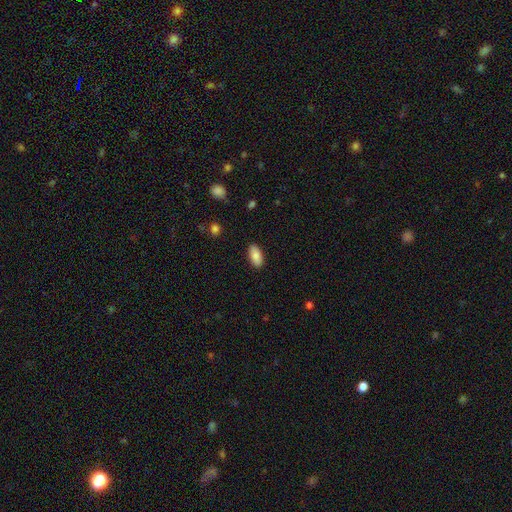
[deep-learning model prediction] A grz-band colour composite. It shows a smooth galaxy with no disk features (87%) that is in between round and cigar-shaped (91%). Merging: none (88%).